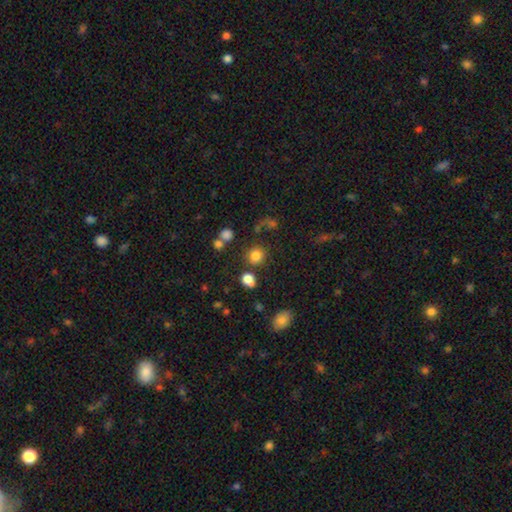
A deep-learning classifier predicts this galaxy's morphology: Smooth or featured: smooth — 80% (star or artifact — 14%)
How rounded: round — 83% (in between — 16%)
Merging: none — 74% (merger — 11%)